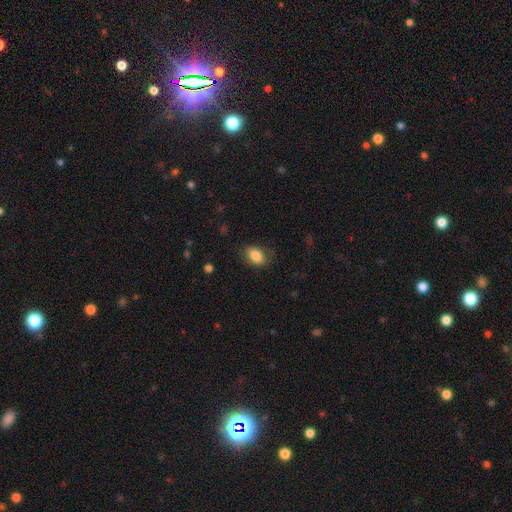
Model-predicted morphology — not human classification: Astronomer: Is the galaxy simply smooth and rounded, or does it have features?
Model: smooth — 85%.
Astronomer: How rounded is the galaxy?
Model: in between — 84%.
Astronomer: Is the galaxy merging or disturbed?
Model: none — 77%.